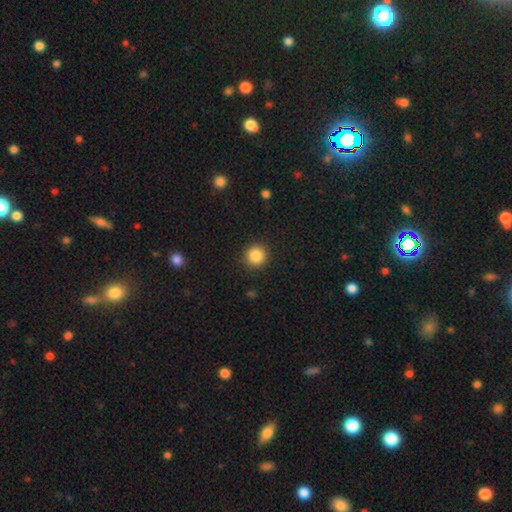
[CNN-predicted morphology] smooth_or_featured: smooth (p=0.87) [alt: star or artifact p=0.09]
how_rounded: round (p=0.94) [alt: in between p=0.06]
merging: none (p=0.91) [alt: minor disturbance p=0.06]